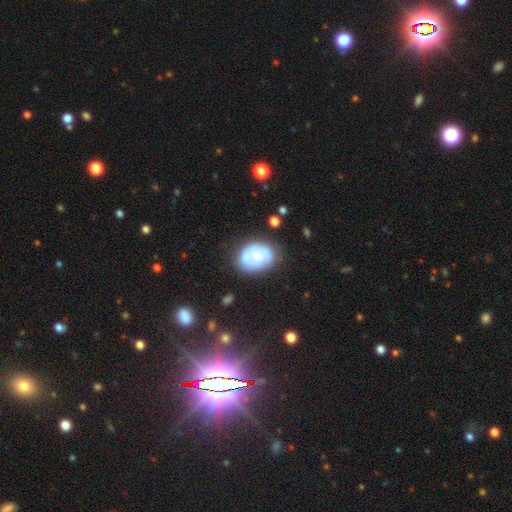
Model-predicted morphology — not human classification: smooth_or_featured: smooth (p=0.47) [alt: featured or disk p=0.45]
merging: none (p=0.56) [alt: minor disturbance p=0.25]